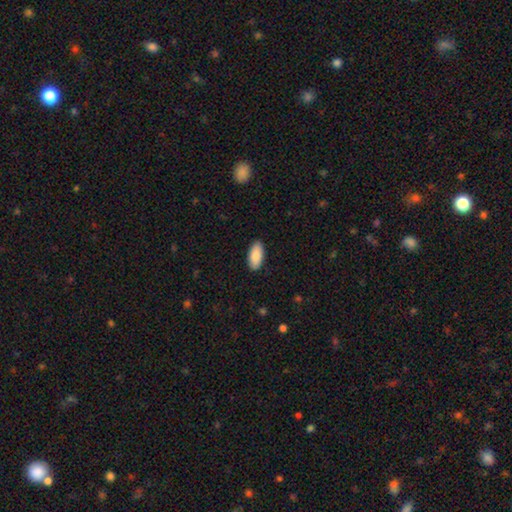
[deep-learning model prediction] smooth-or-featured: smooth: 90% | star or artifact: 6% | featured or disk: 5%
  how-rounded: in between: 92% | cigar-shaped: 6% | round: 2%
  merging: none: 89% | minor disturbance: 8% | major disturbance: 2% | merger: 1%